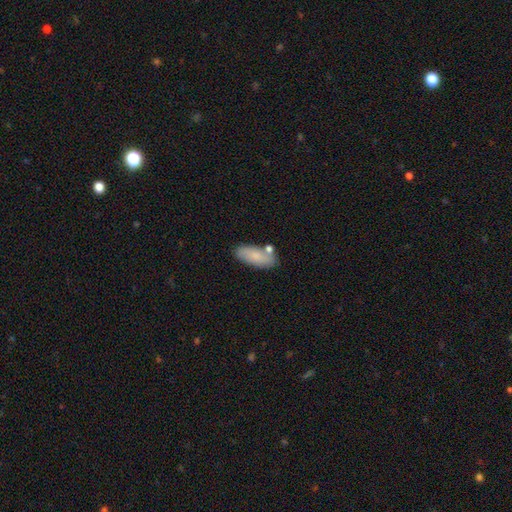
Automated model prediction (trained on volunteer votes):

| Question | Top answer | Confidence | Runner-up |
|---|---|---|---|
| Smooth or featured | smooth | 78% | featured or disk (15%) |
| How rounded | in between | 80% | cigar-shaped (18%) |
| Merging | none | 70% | minor disturbance (15%) |